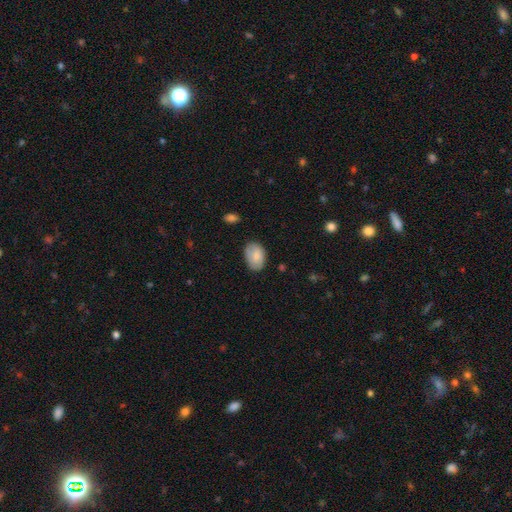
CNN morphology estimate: Smooth or featured? smooth (81%)
How rounded? in between (85%)
Merging? none (74%)